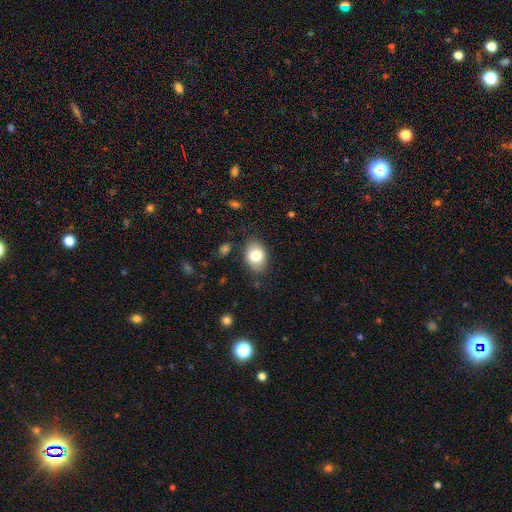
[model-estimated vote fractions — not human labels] This is likely a smooth galaxy (79%). How rounded: likely in between (76%). Merging: clearly none (82%).